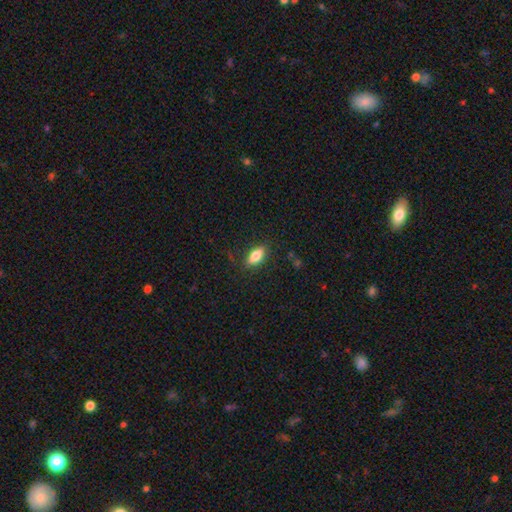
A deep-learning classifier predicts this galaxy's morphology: This appears to be a smooth galaxy with no disk features (79%) that is in between round and cigar-shaped (83%). Merging: none (83%).